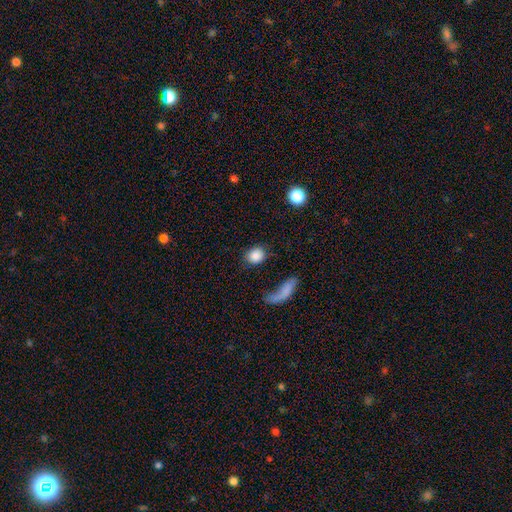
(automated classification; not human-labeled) Q: Smooth or featured?
A: smooth (85%); runner-up: star or artifact (9%)
Q: How rounded?
A: round (68%); runner-up: in between (29%)
Q: Merging?
A: none (71%); runner-up: minor disturbance (12%)